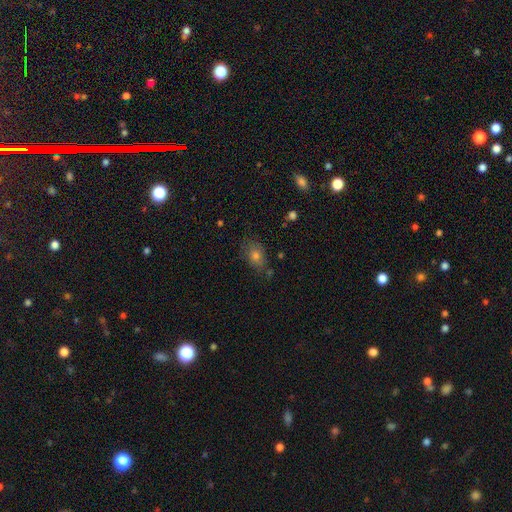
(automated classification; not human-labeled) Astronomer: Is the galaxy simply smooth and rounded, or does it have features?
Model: smooth — 67%.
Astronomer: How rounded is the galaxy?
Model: in between — 68%.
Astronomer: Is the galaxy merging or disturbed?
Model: none — 71%.